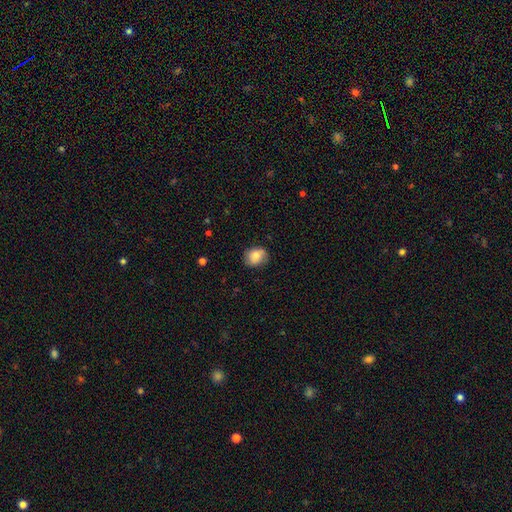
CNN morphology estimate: Smooth or featured?
  - smooth: 78% *
  - featured or disk: 14%
  - star or artifact: 8%
How rounded?
  - round: 62% *
  - in between: 38%
  - cigar-shaped: 1%
Merging?
  - none: 78% *
  - minor disturbance: 17%
  - major disturbance: 4%
  - merger: 1%